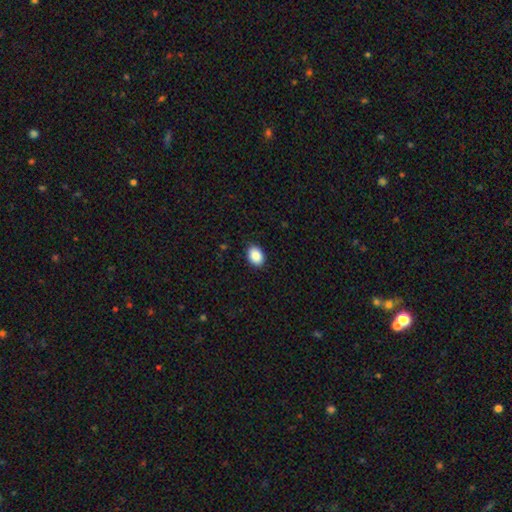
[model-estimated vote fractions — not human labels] Smooth or featured: smooth — 89% (star or artifact — 7%)
How rounded: in between — 74% (round — 25%)
Merging: none — 89% (minor disturbance — 8%)